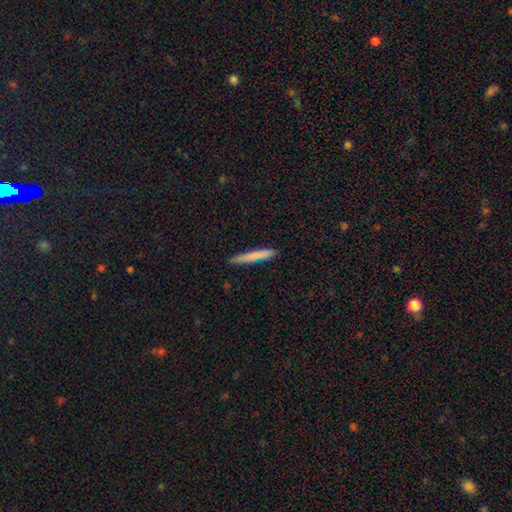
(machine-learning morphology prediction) A smooth galaxy with no disk features (76%) that is cigar-shaped (96%).

Vote fractions:
- Smooth or featured? smooth: 76% / featured or disk: 18% / star or artifact: 6%
- How rounded? cigar-shaped: 96% / in between: 3% / round: 1%
- Merging? none: 87% / minor disturbance: 10% / major disturbance: 2% / merger: 1%